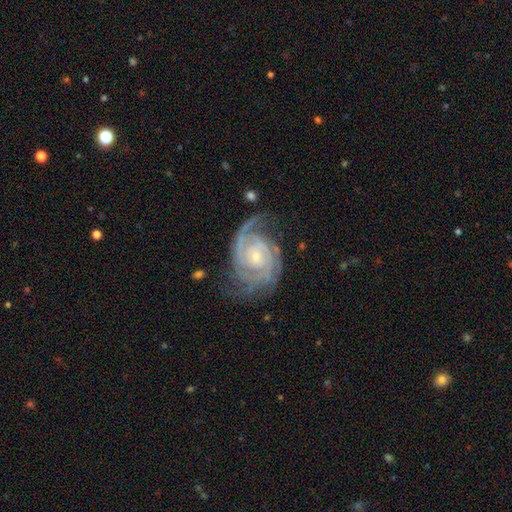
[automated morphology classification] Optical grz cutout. It shows a featured or disk galaxy (92%) with no bar (67%), 2 (53%) tight (67%) spiral arms (98%) and a small central bulge (72%). Merging: none (67%).